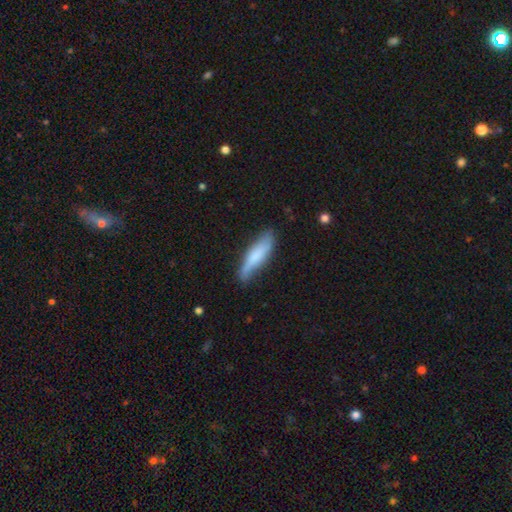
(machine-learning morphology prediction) smooth 64%, featured or disk 29%, star or artifact 7%. Down the decision tree: how rounded — cigar-shaped (74%); merging — none (69%).